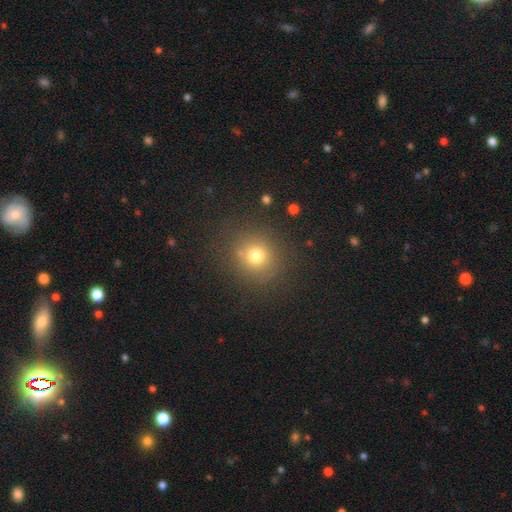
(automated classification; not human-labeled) Smooth or featured?
  - smooth: 73% *
  - star or artifact: 18%
  - featured or disk: 9%
How rounded?
  - round: 89% *
  - in between: 10%
  - cigar-shaped: 1%
Merging?
  - none: 84% *
  - minor disturbance: 9%
  - major disturbance: 4%
  - merger: 3%